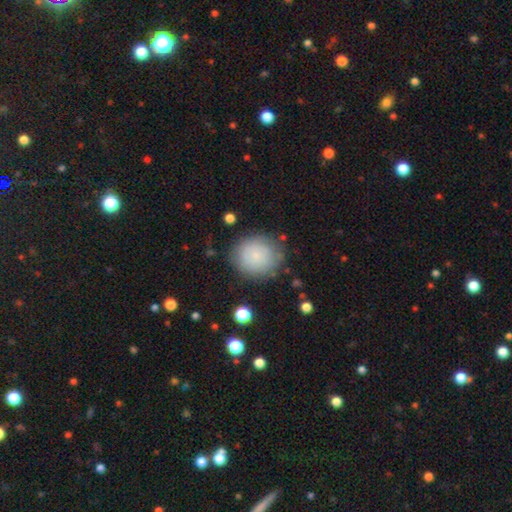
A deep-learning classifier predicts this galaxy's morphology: Smooth or featured? Predicted: smooth (p=0.74). How rounded? Predicted: round (p=0.85). Merging? Predicted: none (p=0.79).